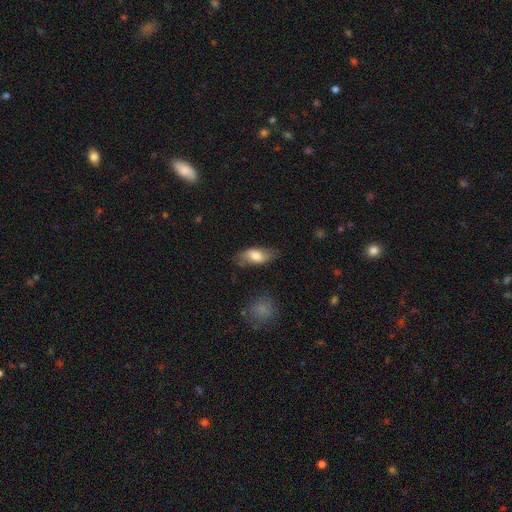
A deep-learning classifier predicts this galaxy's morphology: Smooth or featured? Predicted: smooth (p=0.74). How rounded? Predicted: in between (p=0.88). Merging? Predicted: none (p=0.72).